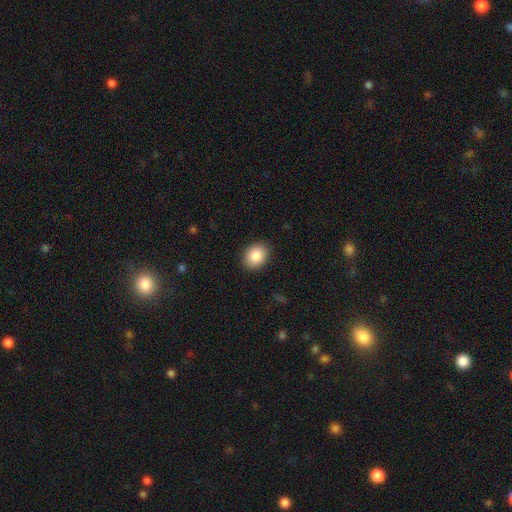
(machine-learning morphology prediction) This is clearly a smooth galaxy (86%). How rounded: possibly in between (54%). Merging: clearly none (89%).